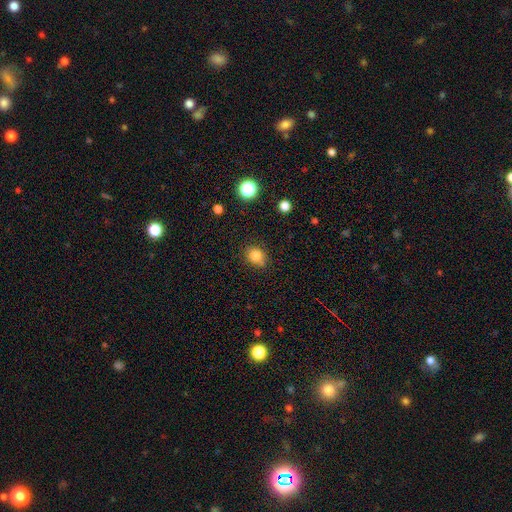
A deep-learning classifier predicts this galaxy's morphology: A smooth galaxy with no disk features (82%) that is round (74%). Merging: none (75%).